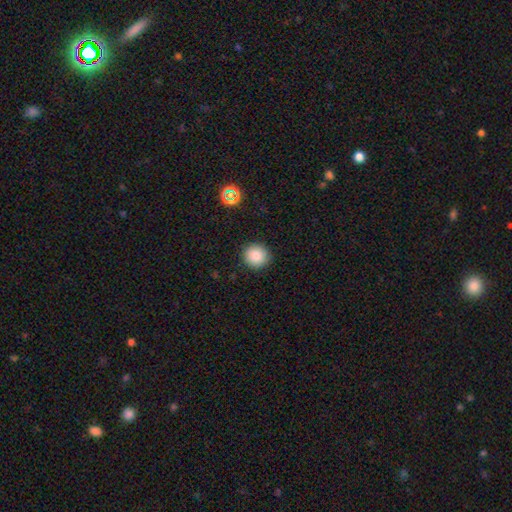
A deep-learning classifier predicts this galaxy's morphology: This is clearly a smooth galaxy (86%). How rounded: clearly round (93%). Merging: clearly none (91%).